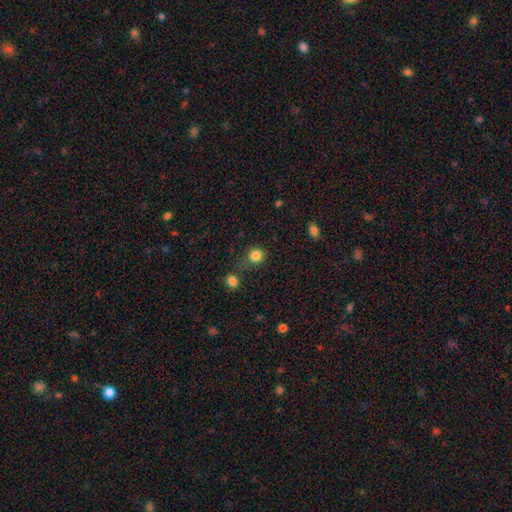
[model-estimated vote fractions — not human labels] Smooth or featured: smooth — 83% (star or artifact — 12%)
How rounded: round — 86% (in between — 13%)
Merging: none — 69% (minor disturbance — 16%)